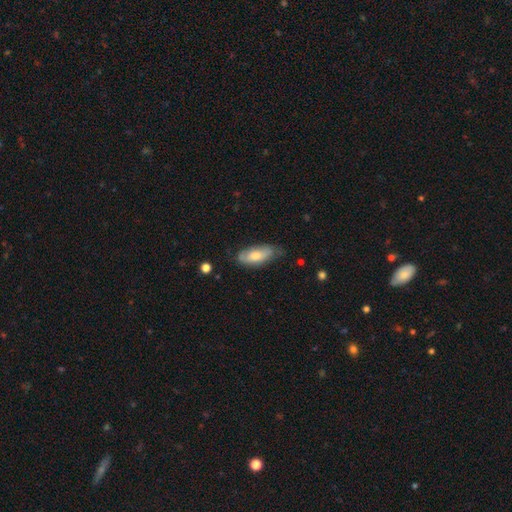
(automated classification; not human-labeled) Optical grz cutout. It shows a smooth galaxy with no disk features (67%) that is in between round and cigar-shaped (82%). Merging: none (62%).